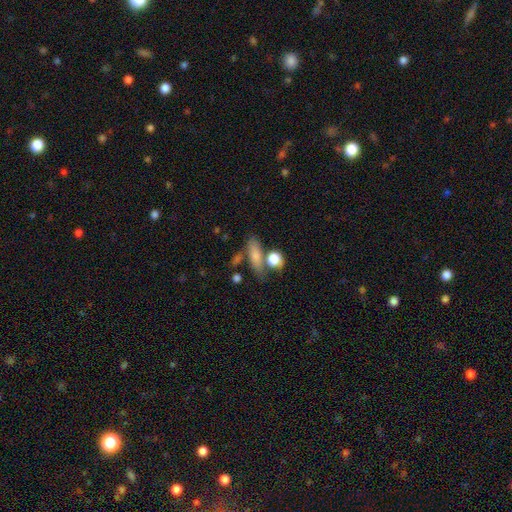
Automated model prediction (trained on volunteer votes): Smooth or featured? Predicted: smooth (p=0.73). How rounded? Predicted: in between (p=0.48). Merging? Predicted: none (p=0.57).